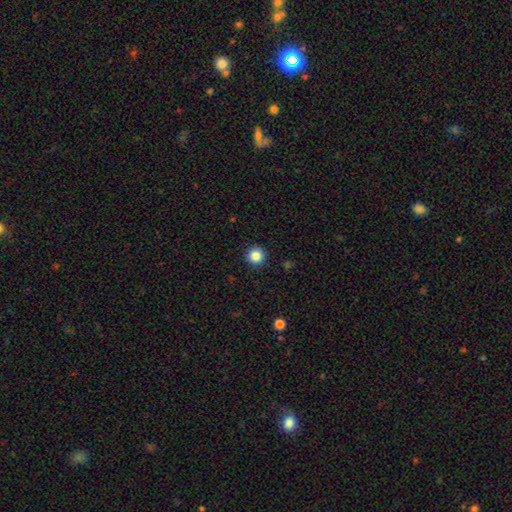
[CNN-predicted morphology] Q: Smooth or featured?
A: smooth (85%); runner-up: star or artifact (11%)
Q: How rounded?
A: round (96%); runner-up: in between (4%)
Q: Merging?
A: none (93%); runner-up: minor disturbance (5%)